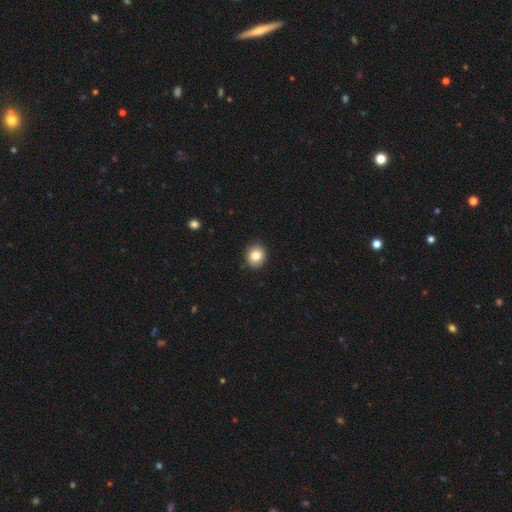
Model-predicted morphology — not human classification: type=smooth (85%); roundness=round (76%); merging=none (91%).